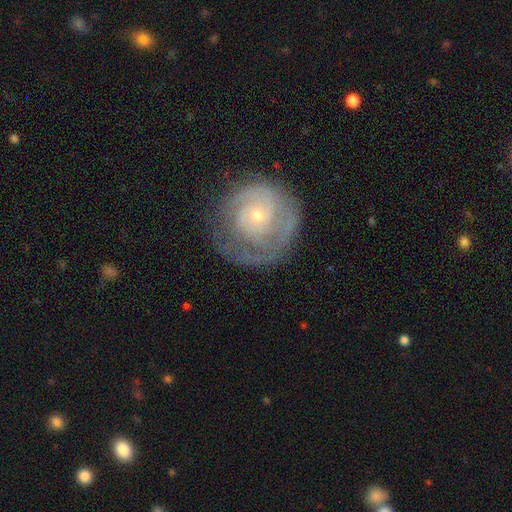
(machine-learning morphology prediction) Smooth or featured?
  - featured or disk: 69% *
  - smooth: 23%
  - star or artifact: 8%
Edge-on disk?
  - no: 97% *
  - yes: 3%
Bar?
  - no: 77% *
  - weak: 19%
  - strong: 4%
Spiral arms?
  - yes: 77% *
  - no: 23%
Spiral winding?
  - tight: 69% *
  - medium: 22%
  - loose: 9%
Spiral arm count?
  - can't tell: 44% *
  - 2: 25%
  - 1: 15%
  - 3: 8%
  - 4: 4%
  - more than 4: 3%
Bulge size?
  - small: 72% *
  - moderate: 23%
  - large: 2%
  - none: 2%
  - dominant: 1%
Merging?
  - none: 66% *
  - minor disturbance: 19%
  - major disturbance: 14%
  - merger: 1%